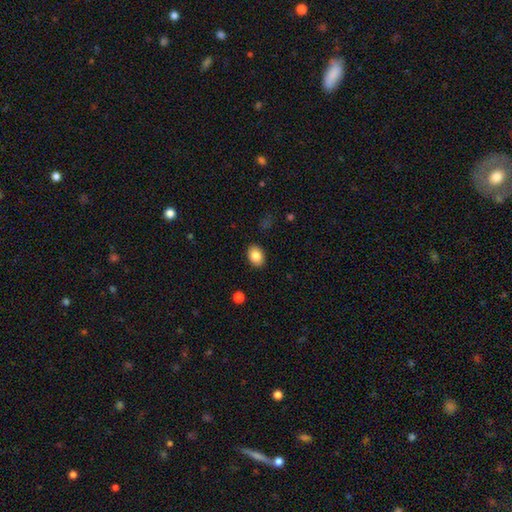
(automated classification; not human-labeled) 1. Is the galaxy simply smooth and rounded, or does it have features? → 85% smooth, 8% star or artifact, 7% featured or disk.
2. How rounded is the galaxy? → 74% in between, 25% round, 1% cigar-shaped.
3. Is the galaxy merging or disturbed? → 89% none, 8% minor disturbance, 2% major disturbance, 1% merger.